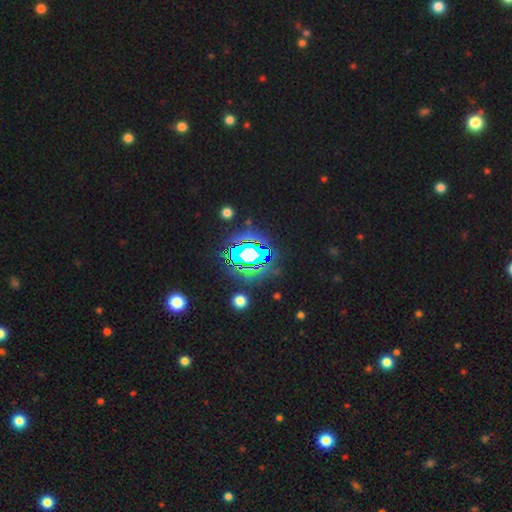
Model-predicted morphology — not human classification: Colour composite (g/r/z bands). It shows a star or artifact, not a galaxy (83%).